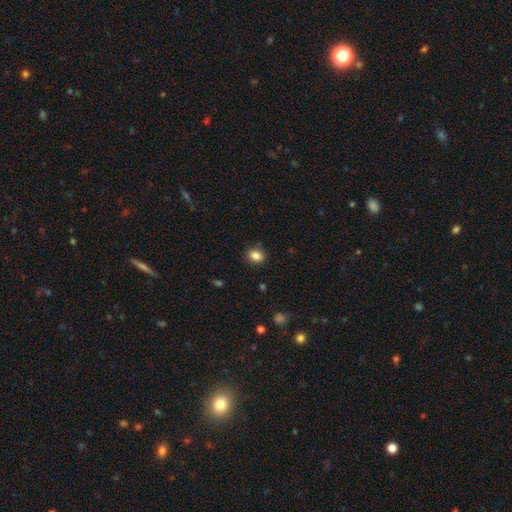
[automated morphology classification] Q: Smooth or featured?
A: smooth (85%); runner-up: star or artifact (10%)
Q: How rounded?
A: round (55%); runner-up: in between (44%)
Q: Merging?
A: none (88%); runner-up: minor disturbance (8%)